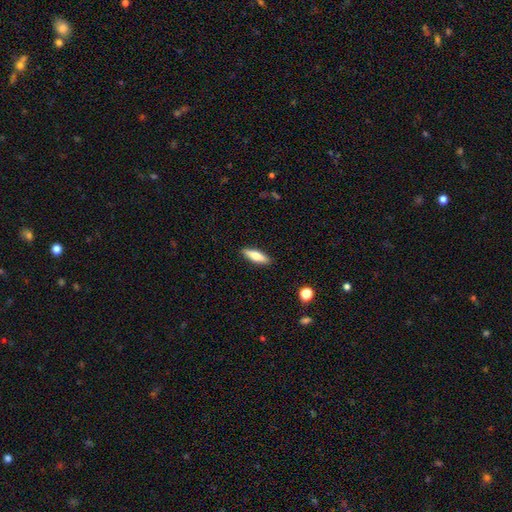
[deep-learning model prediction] Q: Smooth or featured?
A: smooth (67%); runner-up: featured or disk (26%)
Q: How rounded?
A: cigar-shaped (57%); runner-up: in between (41%)
Q: Merging?
A: none (89%); runner-up: minor disturbance (8%)